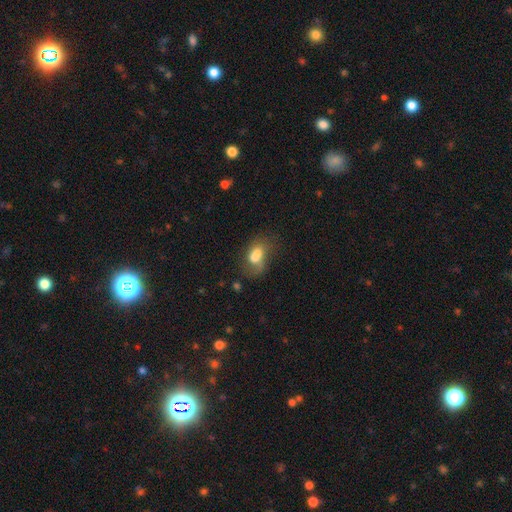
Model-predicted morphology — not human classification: The model was most divided on "merging": merger: 31%, none: 27%, major disturbance: 21%, minor disturbance: 20%. More confident: how rounded — in between (80%); smooth or featured — smooth (62%).